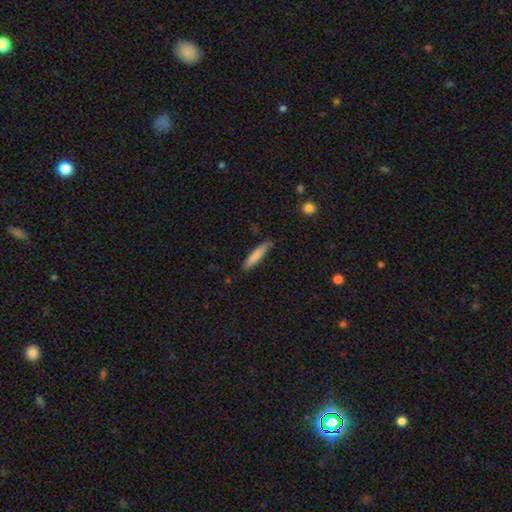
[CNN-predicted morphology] The model was most divided on "smooth or featured": smooth: 78%, featured or disk: 16%, star or artifact: 6%. More confident: how rounded — cigar-shaped (87%); merging — none (80%).